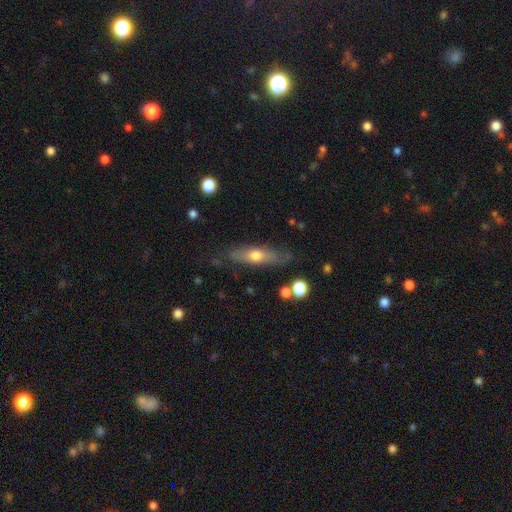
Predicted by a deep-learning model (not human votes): Smooth or featured: smooth — 54% (featured or disk — 40%)
How rounded: cigar-shaped — 61% (in between — 36%)
Merging: none — 73% (minor disturbance — 19%)